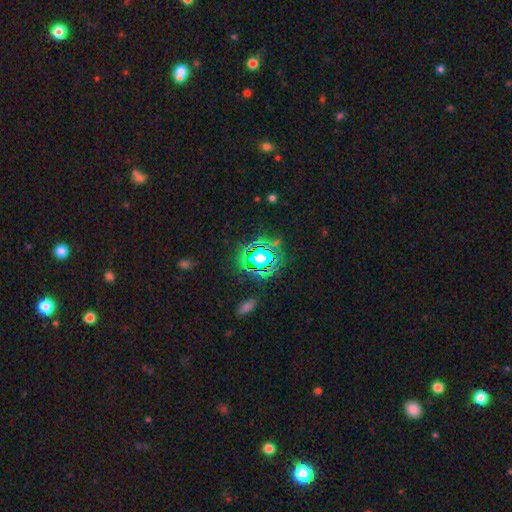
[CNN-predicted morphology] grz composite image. It shows a star or artifact, not a galaxy (78%).